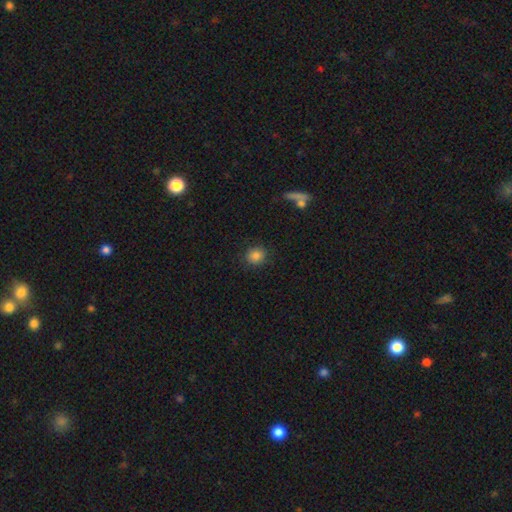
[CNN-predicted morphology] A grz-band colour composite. It shows a smooth galaxy with no disk features (85%) that is round (82%). Merging: none (86%).